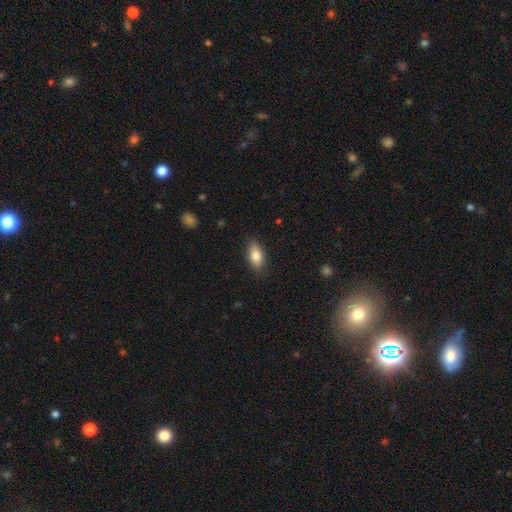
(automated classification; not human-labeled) smooth-or-featured: smooth: 83% | featured or disk: 10% | star or artifact: 7%
  how-rounded: in between: 88% | cigar-shaped: 8% | round: 4%
  merging: none: 85% | minor disturbance: 12% | major disturbance: 3% | merger: 1%